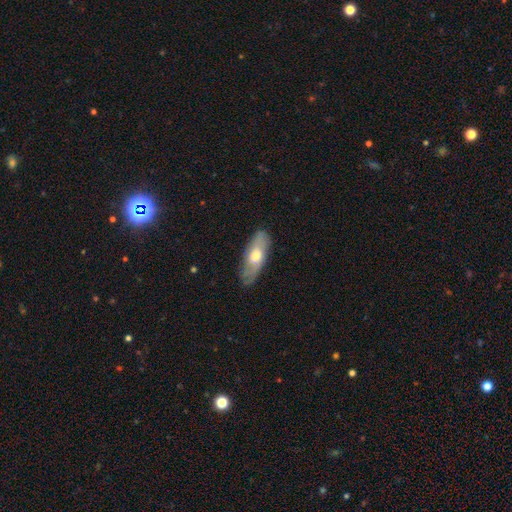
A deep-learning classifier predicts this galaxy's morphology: smooth_or_featured: smooth (p=0.52) [alt: featured or disk p=0.42]
how_rounded: in between (p=0.69) [alt: cigar-shaped p=0.28]
merging: none (p=0.75) [alt: minor disturbance p=0.20]